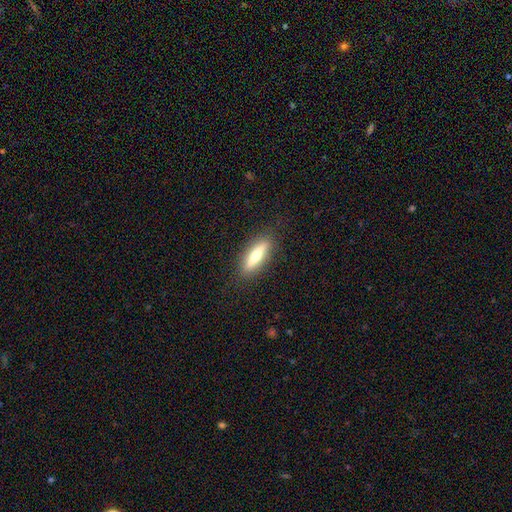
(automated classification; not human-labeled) Smooth or featured?
  - smooth: 58% *
  - featured or disk: 35%
  - star or artifact: 6%
How rounded?
  - cigar-shaped: 73% *
  - in between: 25%
  - round: 2%
Merging?
  - none: 88% *
  - minor disturbance: 9%
  - major disturbance: 2%
  - merger: 1%